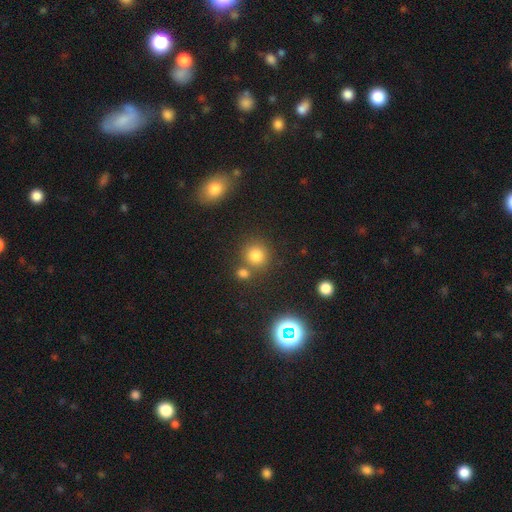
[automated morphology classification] smooth_or_featured: smooth (p=0.78) [alt: star or artifact p=0.16]
how_rounded: round (p=0.86) [alt: in between p=0.13]
merging: none (p=0.68) [alt: merger p=0.19]